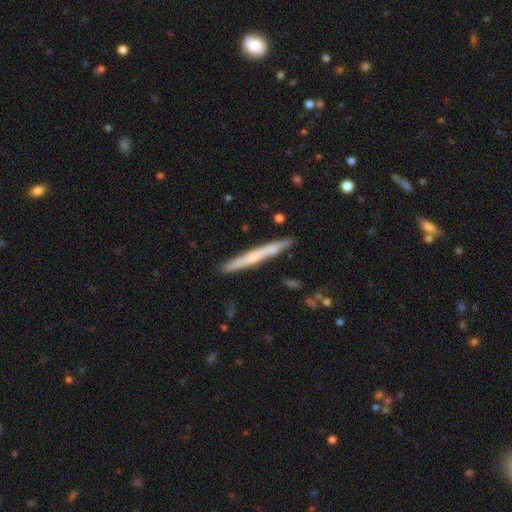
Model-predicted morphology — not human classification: Smooth or featured: featured or disk — 49% (smooth — 45%)
Merging: none — 89% (minor disturbance — 8%)